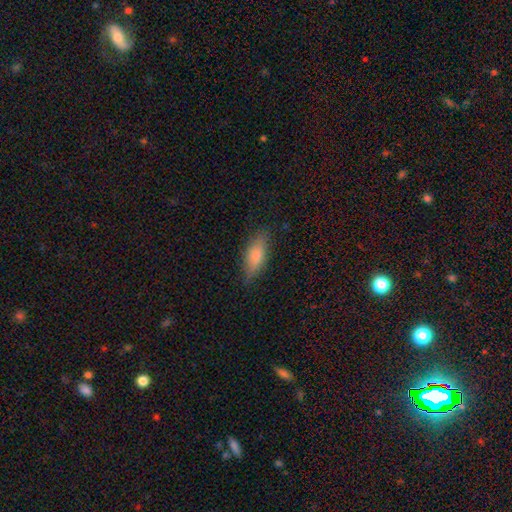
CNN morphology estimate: Smooth or featured? Predicted: smooth (p=0.78). How rounded? Predicted: in between (p=0.69). Merging? Predicted: none (p=0.77).